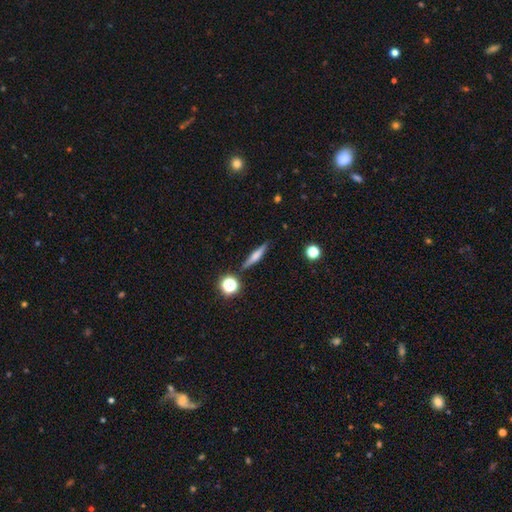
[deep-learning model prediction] Morphology: type=smooth (53%); roundness=cigar-shaped (82%); merging=none (85%).